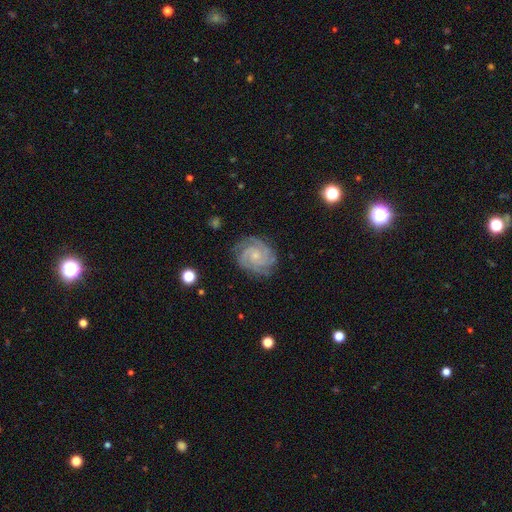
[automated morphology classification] Smooth or featured? Predicted: featured or disk (p=0.90). Edge-on disk? Predicted: no (p=0.98). Bar? Predicted: no (p=0.74). Spiral arms? Predicted: yes (p=0.99). Spiral winding? Predicted: tight (p=0.74). Spiral arm count? Predicted: 3 (p=0.41). Bulge size? Predicted: small (p=0.75). Merging? Predicted: none (p=0.81).